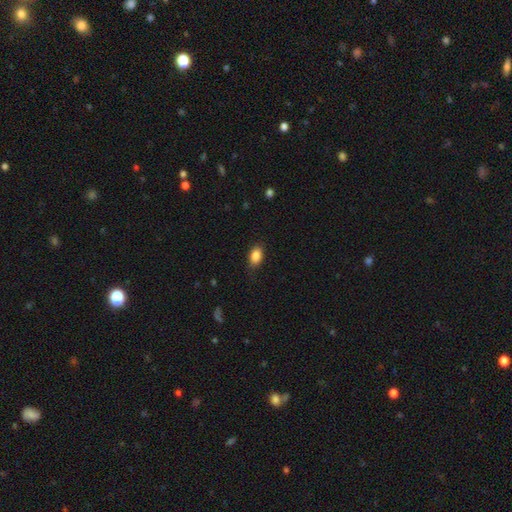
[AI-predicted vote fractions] Overall: smooth (87%). How rounded: in between (86%). Merging: none (81%).